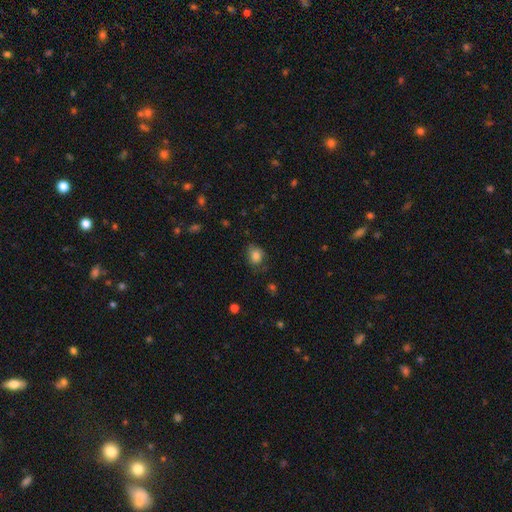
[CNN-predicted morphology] smooth_or_featured: smooth (p=0.82) [alt: star or artifact p=0.10]
how_rounded: round (p=0.54) [alt: in between p=0.45]
merging: none (p=0.64) [alt: minor disturbance p=0.26]